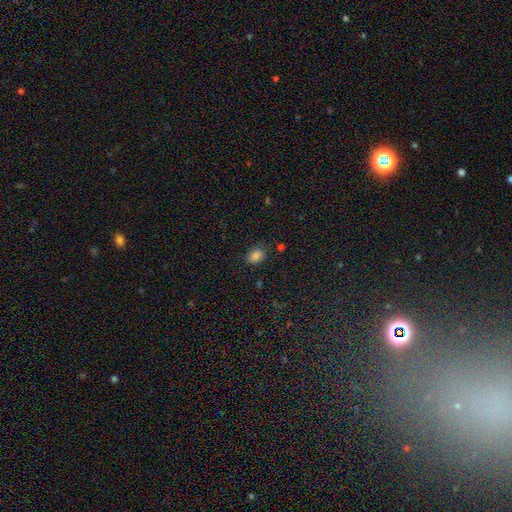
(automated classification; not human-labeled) Smooth or featured?
  - smooth: 84% *
  - star or artifact: 12%
  - featured or disk: 4%
How rounded?
  - in between: 80% *
  - round: 19%
  - cigar-shaped: 1%
Merging?
  - none: 79% *
  - minor disturbance: 15%
  - major disturbance: 4%
  - merger: 2%